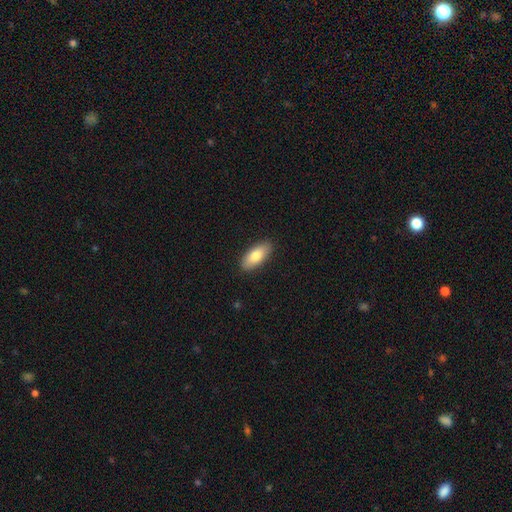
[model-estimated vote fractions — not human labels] This appears to be a smooth galaxy with no disk features (79%) that is in between round and cigar-shaped (84%). Merging: none (89%).